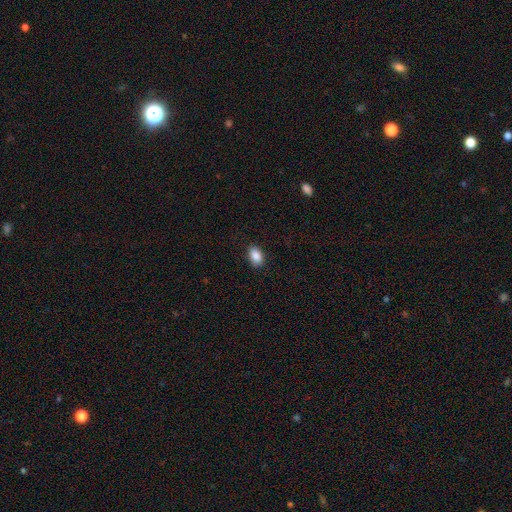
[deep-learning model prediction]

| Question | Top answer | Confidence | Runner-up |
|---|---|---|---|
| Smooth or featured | smooth | 88% | star or artifact (8%) |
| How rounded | in between | 88% | round (11%) |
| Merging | none | 88% | minor disturbance (9%) |